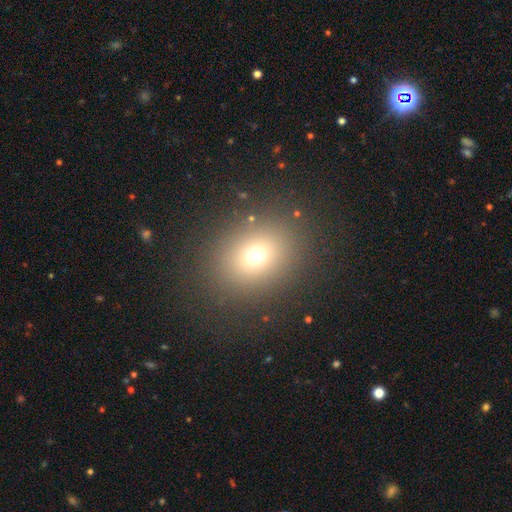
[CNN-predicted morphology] type=smooth (69%); roundness=round (63%); merging=none (86%).